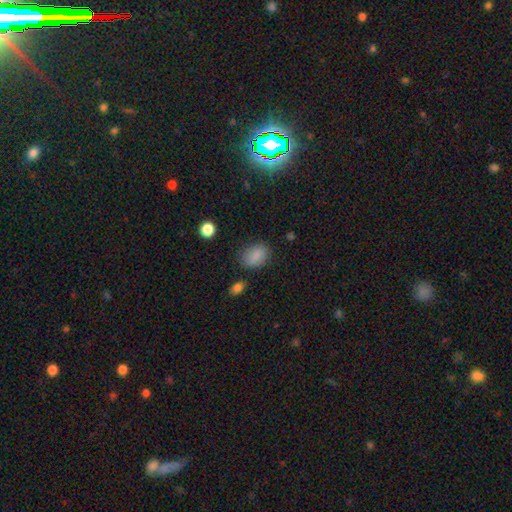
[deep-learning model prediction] The model was most divided on "how rounded": in between: 80%, round: 18%, cigar-shaped: 1%. More confident: smooth or featured — smooth (86%); merging — none (80%).